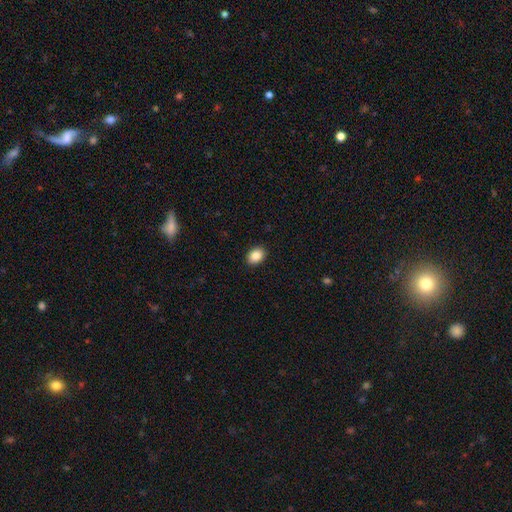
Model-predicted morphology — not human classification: Smooth or featured? smooth (86%)
How rounded? in between (74%)
Merging? none (90%)